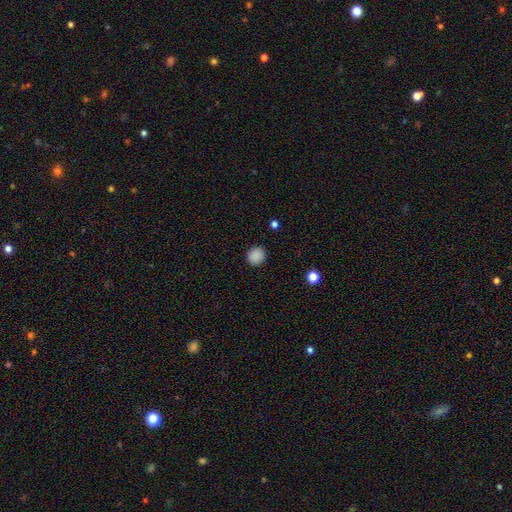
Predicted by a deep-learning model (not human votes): Smooth or featured?
  - smooth: 88% *
  - star or artifact: 10%
  - featured or disk: 2%
How rounded?
  - round: 91% *
  - in between: 8%
  - cigar-shaped: 1%
Merging?
  - none: 91% *
  - minor disturbance: 6%
  - major disturbance: 2%
  - merger: 1%